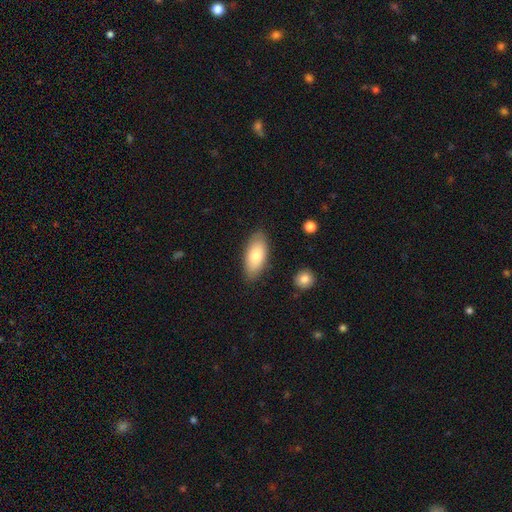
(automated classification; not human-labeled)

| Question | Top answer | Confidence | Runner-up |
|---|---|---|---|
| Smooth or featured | smooth | 77% | featured or disk (17%) |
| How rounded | in between | 88% | cigar-shaped (9%) |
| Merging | none | 83% | minor disturbance (13%) |